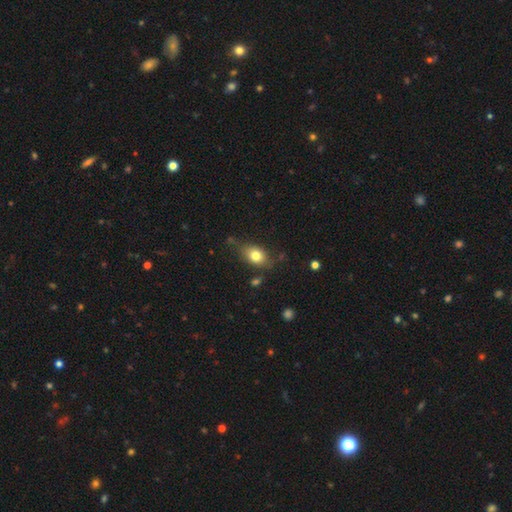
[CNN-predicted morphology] Smooth or featured: smooth — 78% (featured or disk — 13%)
How rounded: in between — 76% (round — 22%)
Merging: none — 70% (minor disturbance — 21%)